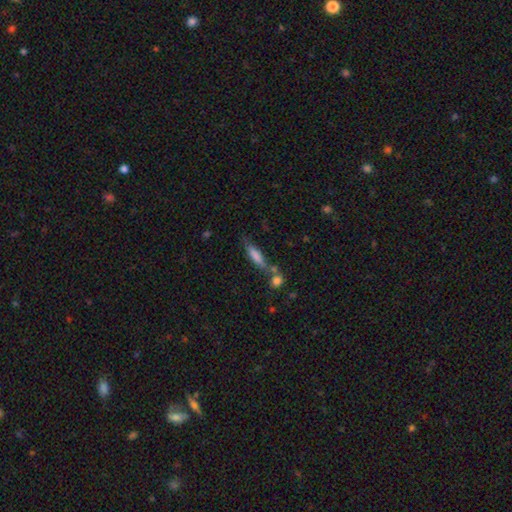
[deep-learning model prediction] Smooth or featured: smooth — 65% (featured or disk — 26%)
How rounded: cigar-shaped — 74% (in between — 24%)
Merging: none — 61% (merger — 17%)